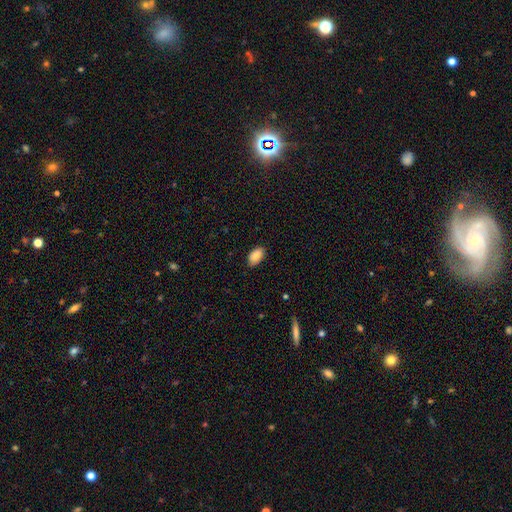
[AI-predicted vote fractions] A smooth galaxy with no disk features (89%) that is in between round and cigar-shaped (94%).

Vote fractions:
- Smooth or featured? smooth: 89% / star or artifact: 7% / featured or disk: 4%
- How rounded? in between: 94% / round: 4% / cigar-shaped: 2%
- Merging? none: 86% / minor disturbance: 11% / major disturbance: 2% / merger: 1%